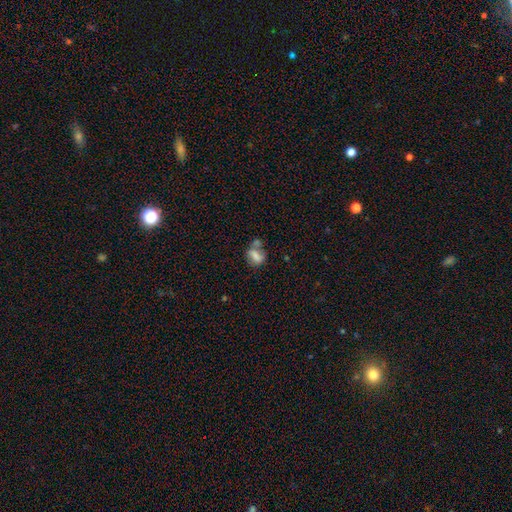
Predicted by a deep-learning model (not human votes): smooth-or-featured: smooth: 66% | featured or disk: 23% | star or artifact: 11%
  how-rounded: in between: 65% | round: 32% | cigar-shaped: 3%
  merging: none: 37% | merger: 33% | minor disturbance: 19% | major disturbance: 11%